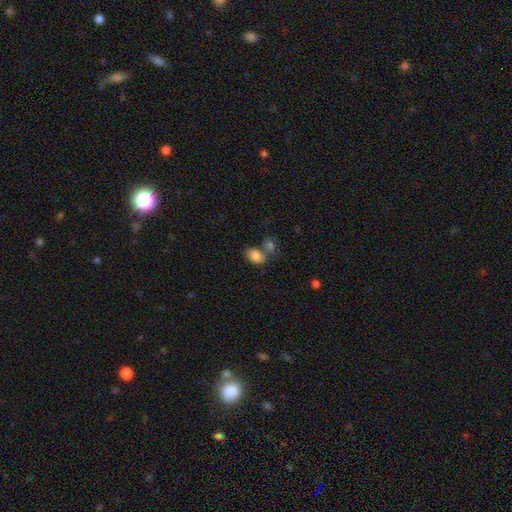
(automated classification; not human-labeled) A smooth galaxy with no disk features (85%) that is in between round and cigar-shaped (84%). Merging: none (47%).